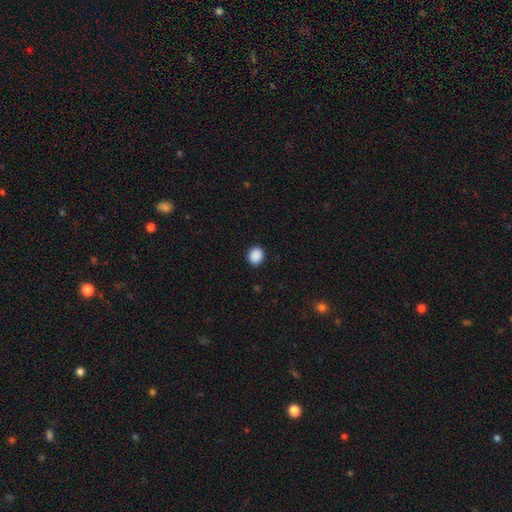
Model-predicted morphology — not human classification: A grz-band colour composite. It shows a smooth galaxy with no disk features (89%) that is round (80%). Merging: none (91%).